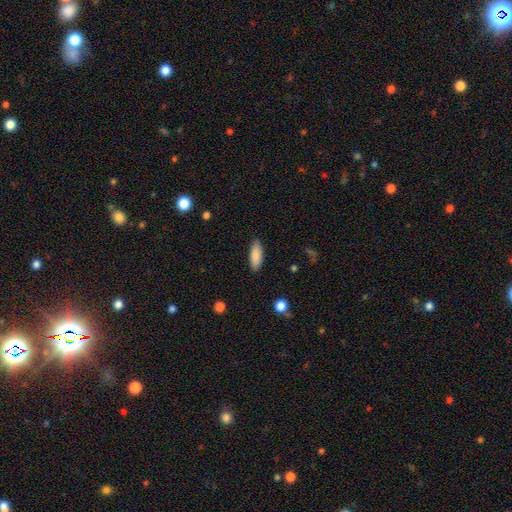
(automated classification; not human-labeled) Smooth or featured?
  - smooth: 87% *
  - star or artifact: 6%
  - featured or disk: 6%
How rounded?
  - in between: 69% *
  - cigar-shaped: 29%
  - round: 2%
Merging?
  - none: 88% *
  - minor disturbance: 9%
  - major disturbance: 2%
  - merger: 1%